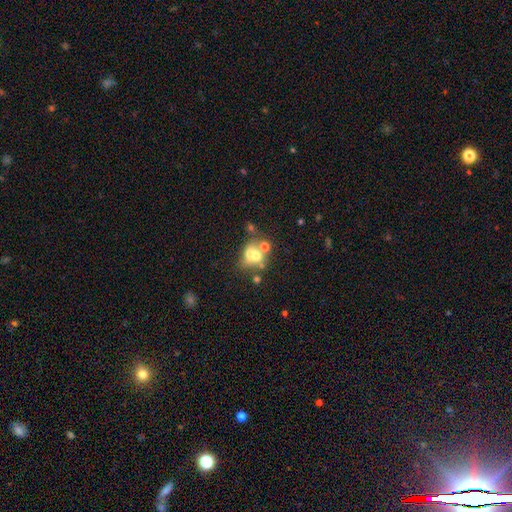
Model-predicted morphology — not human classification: Overall: smooth (51%; featured or disk 34%). How rounded: round (65%; in between 34%). Merging: merger (51%; none 33%).